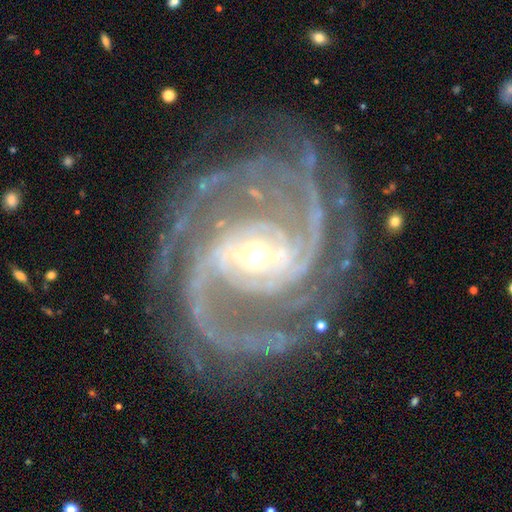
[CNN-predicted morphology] The model was most divided on "bulge size": small: 48%, moderate: 47%, large: 4%, none: 1%, dominant: 1%. Remaining: spiral arms — yes (99%); edge-on disk — no (98%); smooth or featured — featured or disk (94%); merging — none (76%); spiral winding — tight (52%); bar — weak (42%); spiral arm count — 2 (41%).